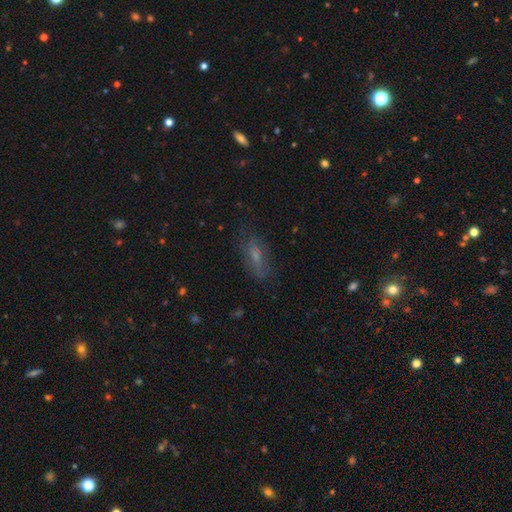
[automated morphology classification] A smooth galaxy with no disk features (53%) that is in between round and cigar-shaped (66%).

Vote fractions:
- Smooth or featured? smooth: 53% / featured or disk: 32% / star or artifact: 14%
- How rounded? in between: 66% / cigar-shaped: 29% / round: 4%
- Merging? none: 70% / minor disturbance: 19% / major disturbance: 9% / merger: 2%